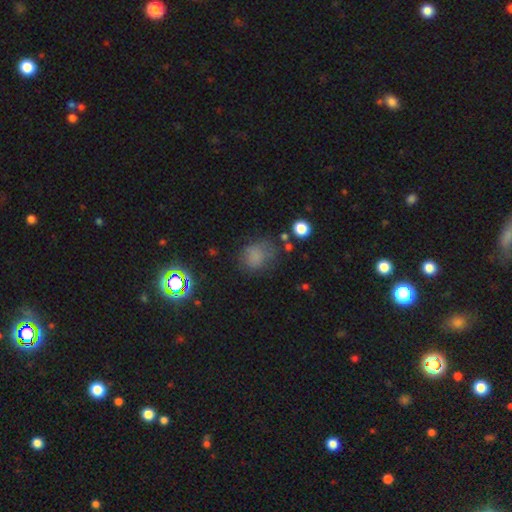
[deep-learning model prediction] Smooth or featured? smooth (70%)
How rounded? round (65%)
Merging? none (58%)